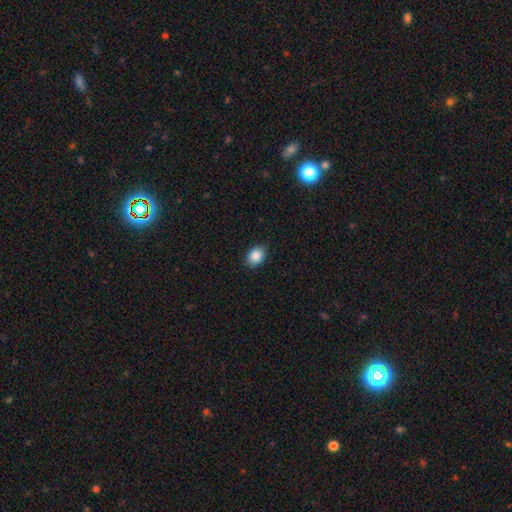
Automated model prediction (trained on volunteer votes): This is clearly a smooth galaxy (88%). How rounded: likely in between (68%). Merging: clearly none (88%).